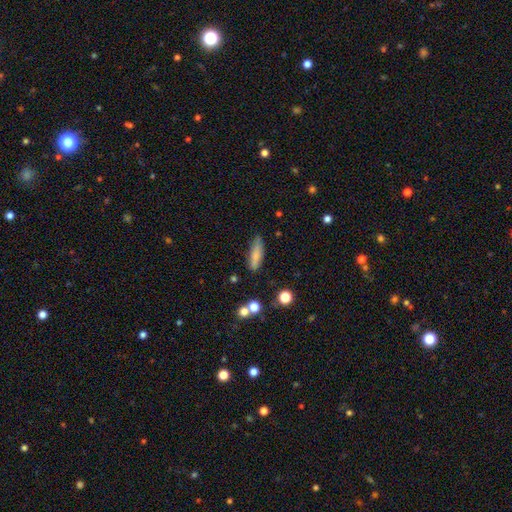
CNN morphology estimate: smooth 78%, featured or disk 15%, star or artifact 8%. Down the decision tree: how rounded — cigar-shaped (55%); merging — none (79%).